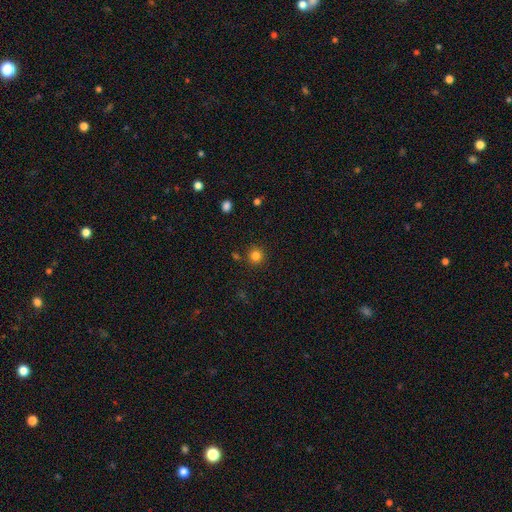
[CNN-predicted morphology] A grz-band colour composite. It shows a smooth galaxy with no disk features (82%) that is round (94%). Merging: none (88%).